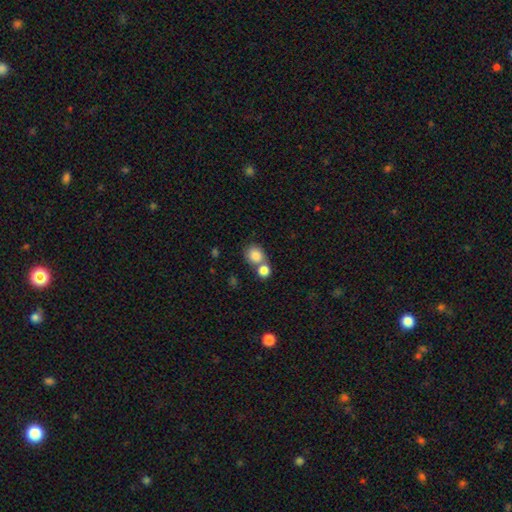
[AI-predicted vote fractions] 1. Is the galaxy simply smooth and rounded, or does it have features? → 84% smooth, 9% star or artifact, 7% featured or disk.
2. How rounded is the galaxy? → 76% round, 23% in between, 1% cigar-shaped.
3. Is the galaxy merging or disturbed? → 46% merger, 43% none, 8% minor disturbance, 3% major disturbance.